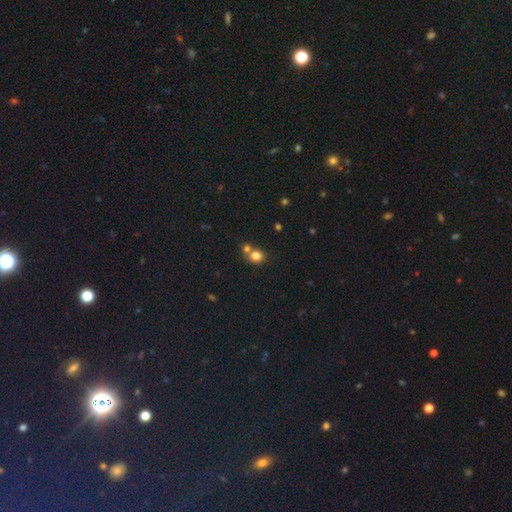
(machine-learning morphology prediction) The model was most divided on "merging": none: 51%, merger: 37%, minor disturbance: 8%, major disturbance: 3%. More confident: smooth or featured — smooth (81%); how rounded — round (74%).